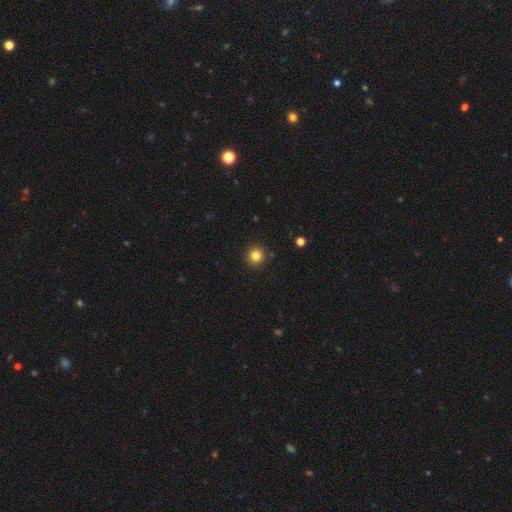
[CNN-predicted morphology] smooth_or_featured: smooth (p=0.82) [alt: star or artifact p=0.12]
how_rounded: round (p=0.95) [alt: in between p=0.04]
merging: none (p=0.91) [alt: minor disturbance p=0.05]